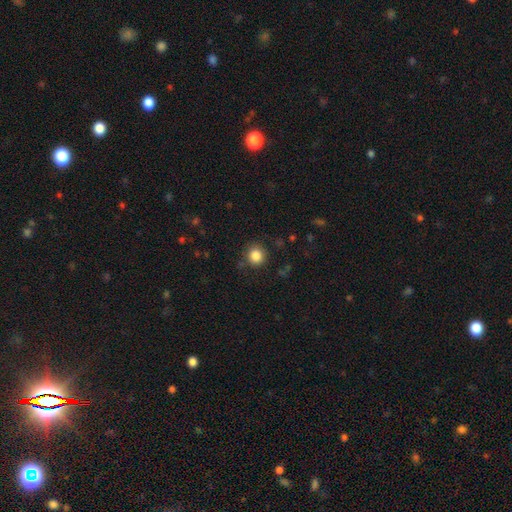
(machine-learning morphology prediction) A smooth galaxy with no disk features (85%) that is round (89%). Merging: none (84%).